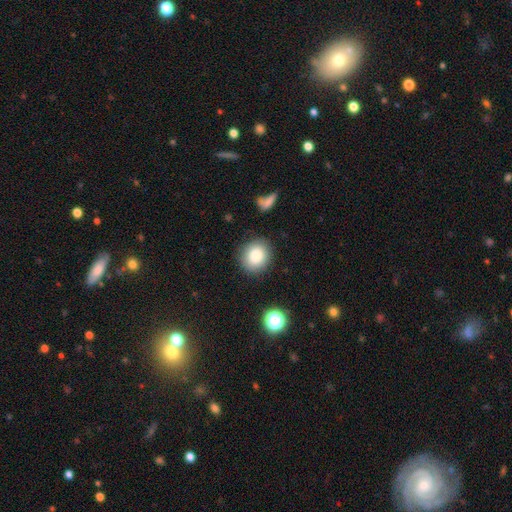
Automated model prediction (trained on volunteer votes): Q: Smooth or featured?
A: smooth (84%); runner-up: star or artifact (10%)
Q: How rounded?
A: round (78%); runner-up: in between (21%)
Q: Merging?
A: none (86%); runner-up: minor disturbance (9%)